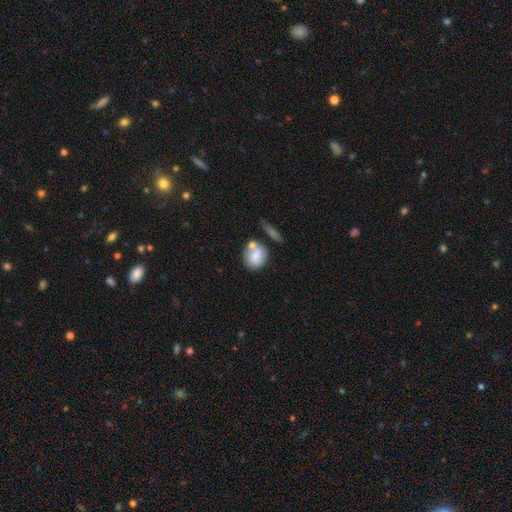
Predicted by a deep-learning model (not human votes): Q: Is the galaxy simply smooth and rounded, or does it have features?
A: smooth — 77%.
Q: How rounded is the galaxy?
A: round — 62%.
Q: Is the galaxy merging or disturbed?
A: none — 49%.